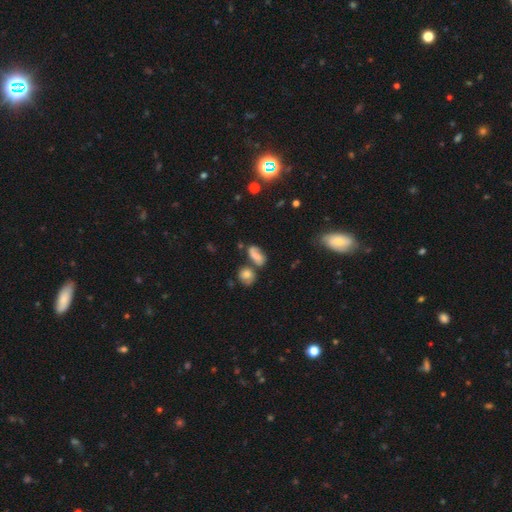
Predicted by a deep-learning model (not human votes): smooth-or-featured: smooth: 59% | featured or disk: 27% | star or artifact: 15%
  how-rounded: in between: 78% | round: 16% | cigar-shaped: 6%
  merging: none: 45% | merger: 24% | minor disturbance: 21% | major disturbance: 11%